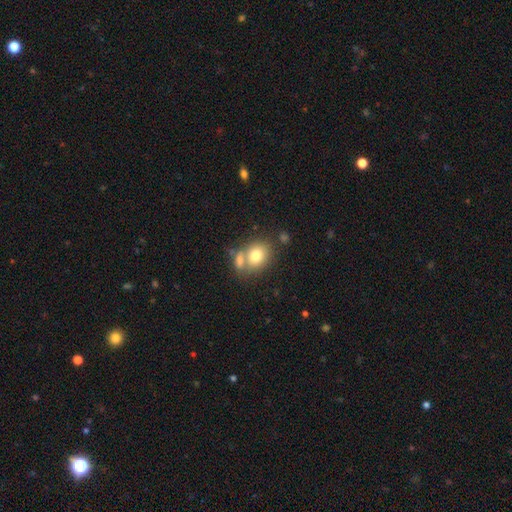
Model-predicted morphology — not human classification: smooth-or-featured: smooth: 76% | featured or disk: 14% | star or artifact: 9%
  how-rounded: in between: 50% | round: 49% | cigar-shaped: 1%
  merging: none: 49% | merger: 34% | minor disturbance: 12% | major disturbance: 5%